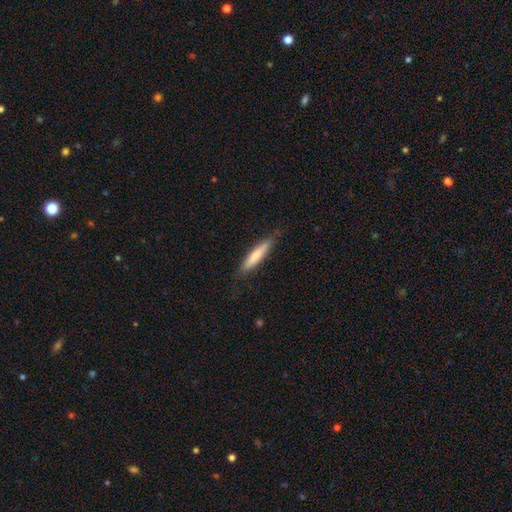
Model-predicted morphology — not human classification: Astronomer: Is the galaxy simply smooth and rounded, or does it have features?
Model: smooth — 71%.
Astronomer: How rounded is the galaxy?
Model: cigar-shaped — 89%.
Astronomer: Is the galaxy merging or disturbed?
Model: none — 82%.